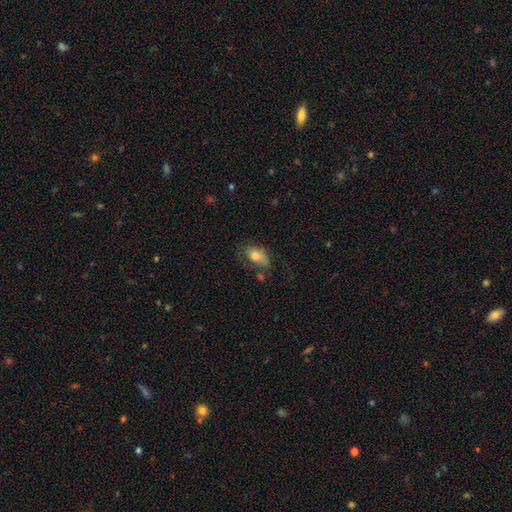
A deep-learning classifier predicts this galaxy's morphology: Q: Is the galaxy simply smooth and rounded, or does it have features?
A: smooth — 76%.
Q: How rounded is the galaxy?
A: in between — 87%.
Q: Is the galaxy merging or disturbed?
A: none — 51%.